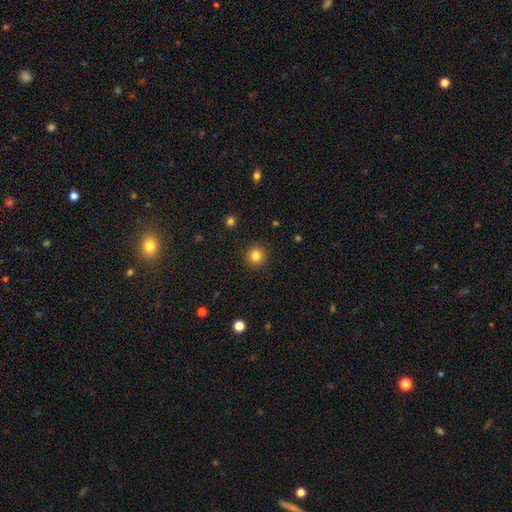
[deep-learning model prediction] smooth_or_featured: smooth (p=0.83) [alt: star or artifact p=0.12]
how_rounded: round (p=0.94) [alt: in between p=0.05]
merging: none (p=0.92) [alt: minor disturbance p=0.05]